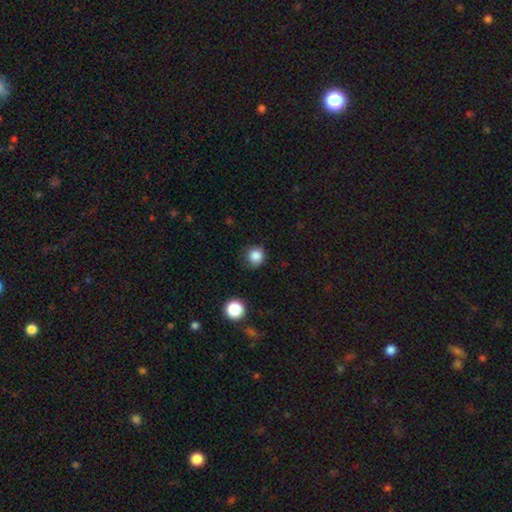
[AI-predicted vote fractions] Morphology: type=smooth (85%); roundness=round (93%); merging=none (82%).